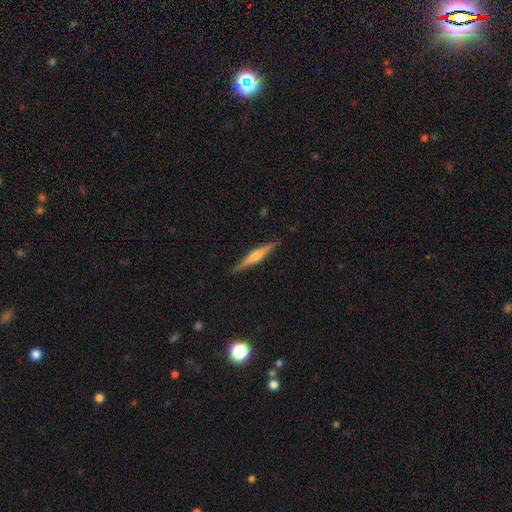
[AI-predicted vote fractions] Smooth or featured?
  - featured or disk: 64% *
  - smooth: 30%
  - star or artifact: 6%
Edge-on disk?
  - yes: 97% *
  - no: 3%
Edge-on bulge?
  - rounded: 85% *
  - none: 9%
  - boxy: 7%
Merging?
  - none: 89% *
  - minor disturbance: 8%
  - major disturbance: 2%
  - merger: 1%